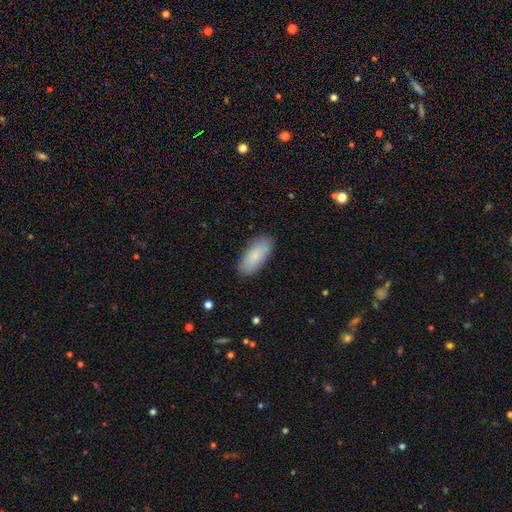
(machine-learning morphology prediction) Smooth or featured: smooth — 83% (featured or disk — 11%)
How rounded: in between — 86% (cigar-shaped — 12%)
Merging: none — 87% (minor disturbance — 10%)